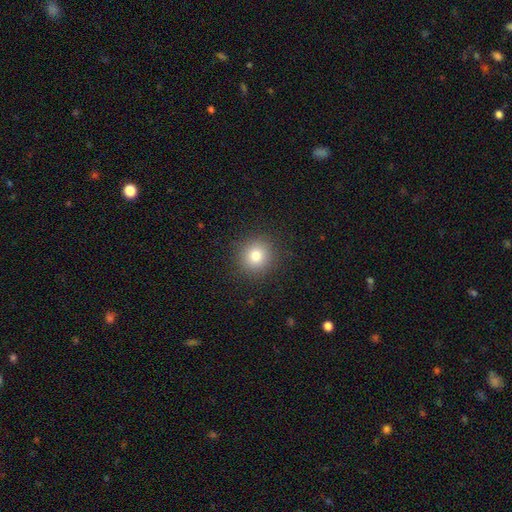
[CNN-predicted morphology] smooth_or_featured: smooth (p=0.80) [alt: star or artifact p=0.12]
how_rounded: round (p=0.92) [alt: in between p=0.07]
merging: none (p=0.90) [alt: minor disturbance p=0.06]